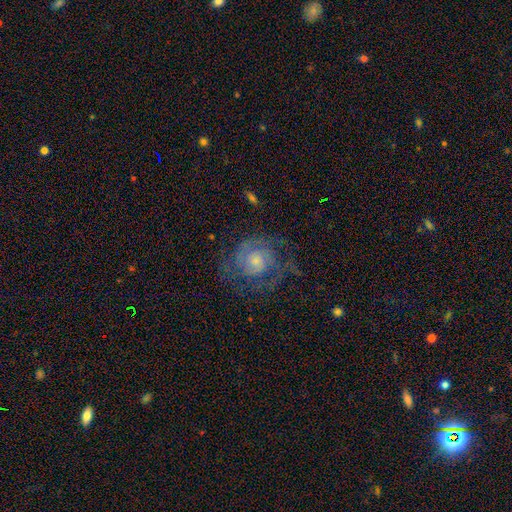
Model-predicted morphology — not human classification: A featured or disk galaxy (67%) with no bar (73%), 2 (38%) tight (57%) spiral arms (88%) and a moderate central bulge (48%). Merging: none (72%).